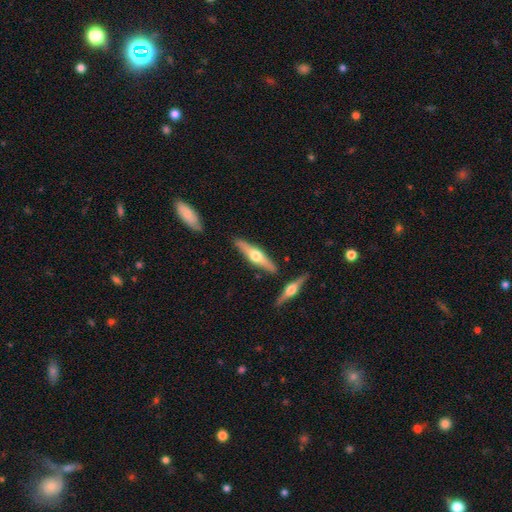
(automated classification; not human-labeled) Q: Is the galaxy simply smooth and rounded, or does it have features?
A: featured or disk — 66%.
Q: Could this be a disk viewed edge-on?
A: yes — 96%.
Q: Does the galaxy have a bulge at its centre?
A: rounded — 95%.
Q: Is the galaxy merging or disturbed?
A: none — 83%.